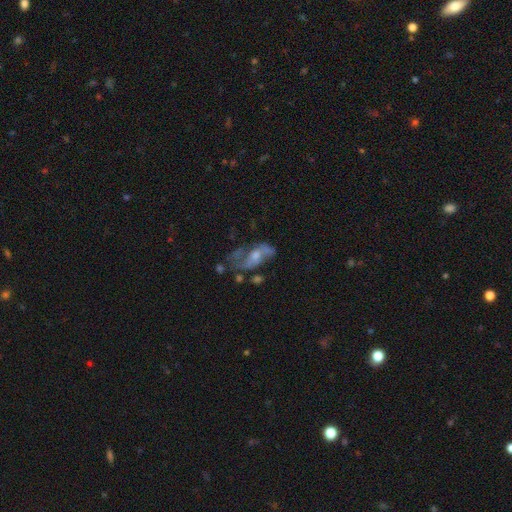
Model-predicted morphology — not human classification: The model was most divided on "bulge size": moderate: 48%, small: 37%, none: 7%, large: 6%, dominant: 1%. Remaining: edge-on disk — no (91%); smooth or featured — featured or disk (67%); spiral arms — yes (64%); bar — no (63%); merging — none (44%).